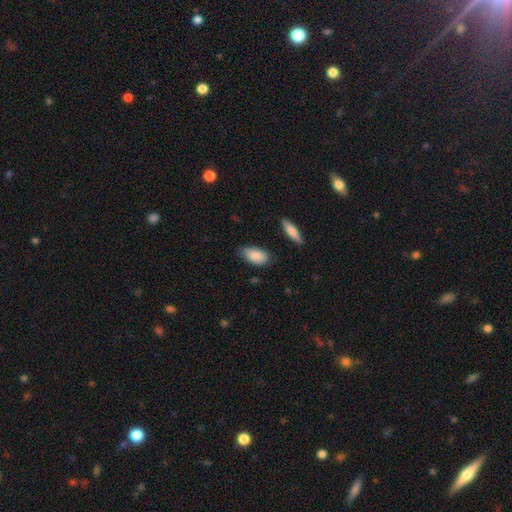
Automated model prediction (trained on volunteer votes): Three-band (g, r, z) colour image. It shows a smooth galaxy with no disk features (85%) that is in between round and cigar-shaped (90%). Merging: none (72%).